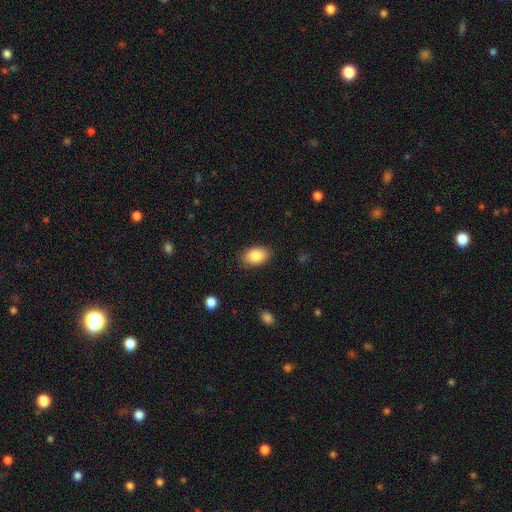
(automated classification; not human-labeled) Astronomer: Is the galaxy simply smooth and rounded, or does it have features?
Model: smooth — 85%.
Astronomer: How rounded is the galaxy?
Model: in between — 90%.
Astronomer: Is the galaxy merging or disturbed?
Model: none — 86%.